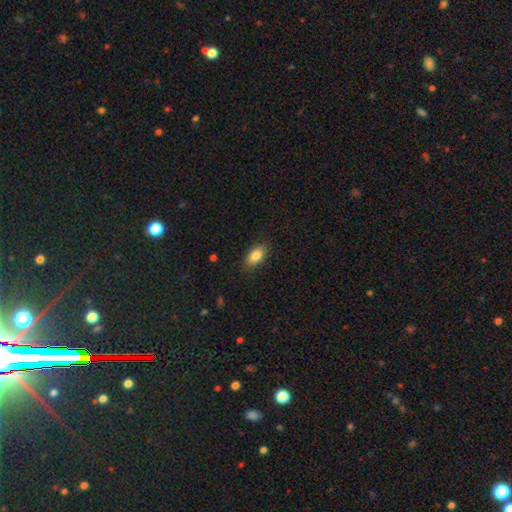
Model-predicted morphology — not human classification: smooth-or-featured: smooth: 85% | featured or disk: 7% | star or artifact: 7%
  how-rounded: in between: 91% | round: 6% | cigar-shaped: 4%
  merging: none: 86% | minor disturbance: 10% | major disturbance: 3% | merger: 1%